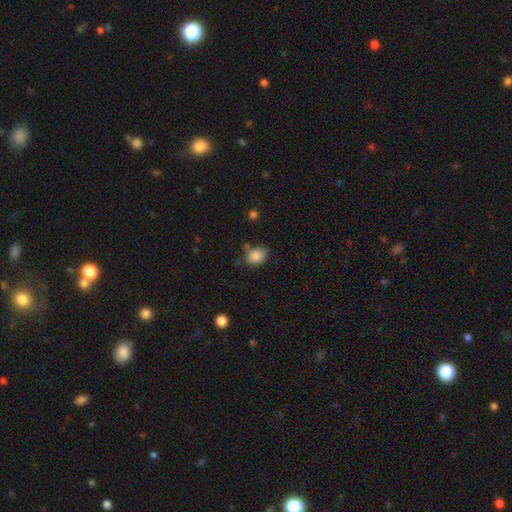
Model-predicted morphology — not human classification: smooth_or_featured: smooth (p=0.87) [alt: star or artifact p=0.09]
how_rounded: in between (p=0.70) [alt: round p=0.29]
merging: none (p=0.72) [alt: minor disturbance p=0.17]